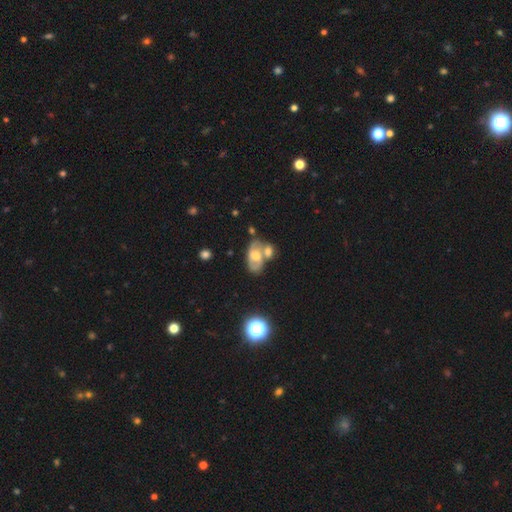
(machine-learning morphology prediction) Q: Smooth or featured?
A: featured or disk (55%); runner-up: smooth (35%)
Q: Edge-on disk?
A: no (94%); runner-up: yes (6%)
Q: Bar?
A: no (61%); runner-up: weak (31%)
Q: Spiral arms?
A: yes (68%); runner-up: no (32%)
Q: Bulge size?
A: moderate (63%); runner-up: small (19%)
Q: Merging?
A: merger (44%); runner-up: none (35%)